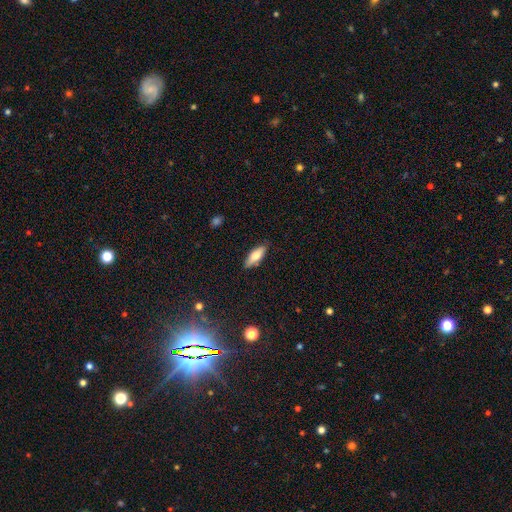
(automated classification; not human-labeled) This appears to be a smooth galaxy with no disk features (72%) that is in between round and cigar-shaped (60%). Merging: none (85%).